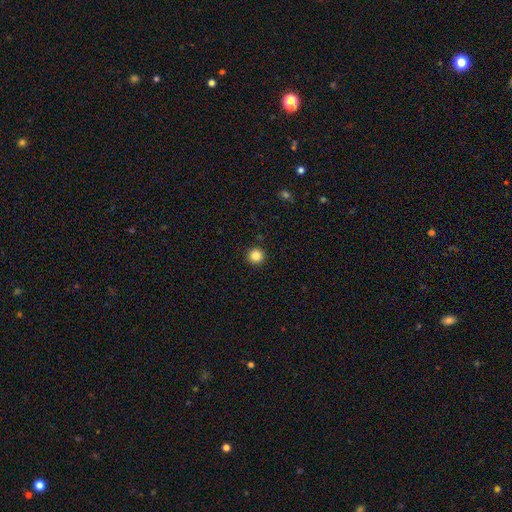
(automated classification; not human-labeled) Overall: smooth (85%). How rounded: round (96%). Merging: none (93%).